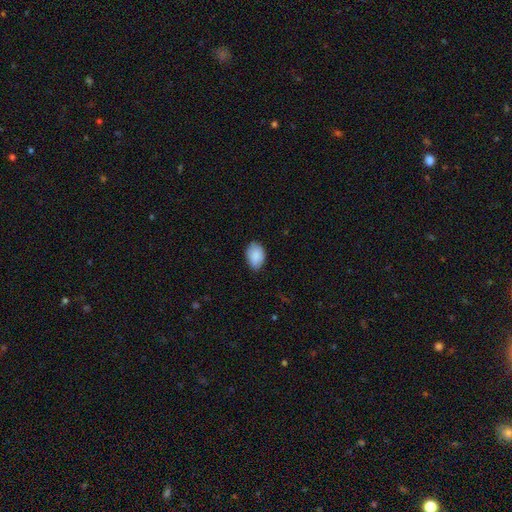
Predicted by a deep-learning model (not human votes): smooth_or_featured: smooth (p=0.89) [alt: star or artifact p=0.06]
how_rounded: in between (p=0.87) [alt: round p=0.12]
merging: none (p=0.75) [alt: minor disturbance p=0.21]